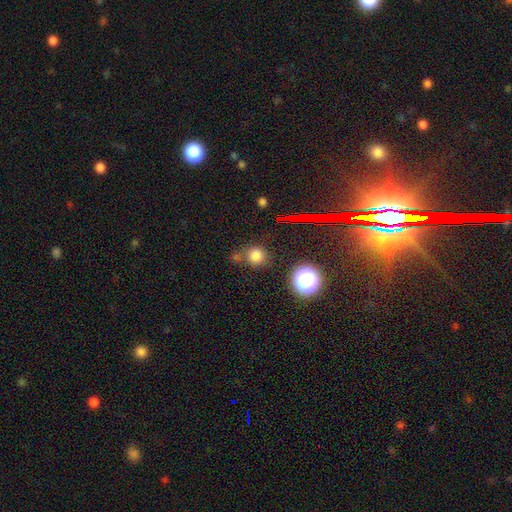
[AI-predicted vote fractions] Overall: smooth (76%). How rounded: round (89%). Merging: none (73%).